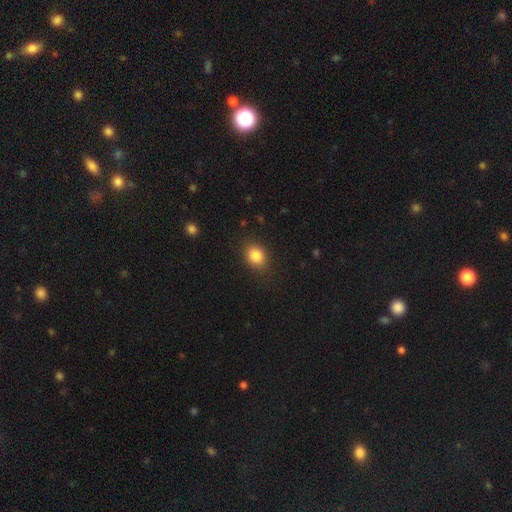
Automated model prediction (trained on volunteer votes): Morphology: type=smooth (85%); roundness=in between (58%); merging=none (86%).